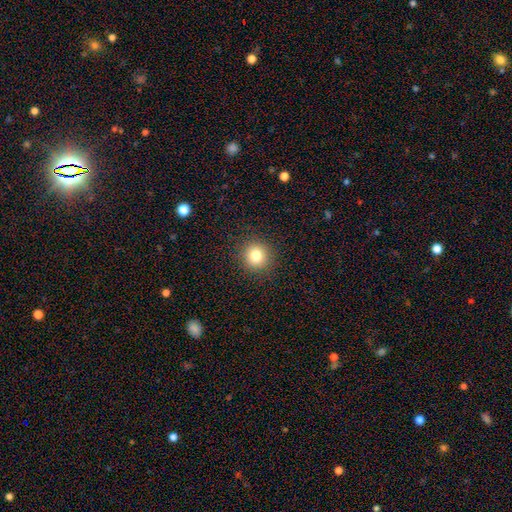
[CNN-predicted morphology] Q: Smooth or featured?
A: smooth (81%); runner-up: star or artifact (12%)
Q: How rounded?
A: round (91%); runner-up: in between (8%)
Q: Merging?
A: none (91%); runner-up: minor disturbance (6%)